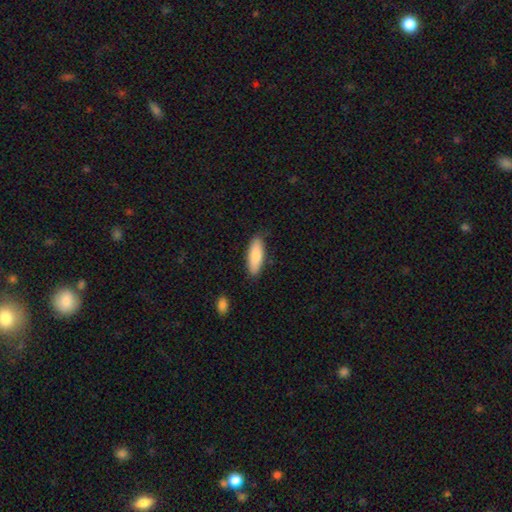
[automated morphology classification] Smooth or featured: smooth — 84% (featured or disk — 10%)
How rounded: in between — 62% (cigar-shaped — 37%)
Merging: none — 83% (minor disturbance — 13%)